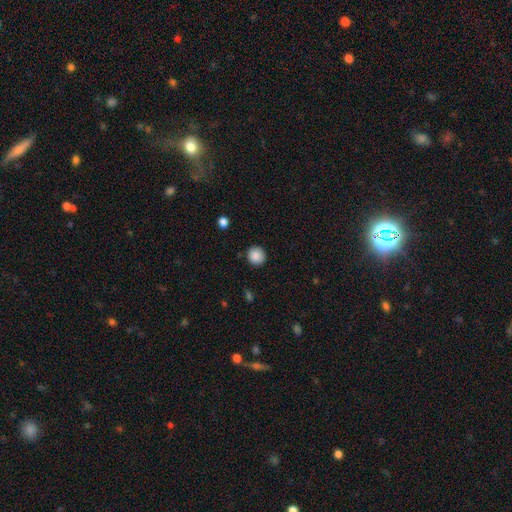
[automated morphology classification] smooth-or-featured: smooth: 88% | star or artifact: 9% | featured or disk: 3%
  how-rounded: round: 92% | in between: 7% | cigar-shaped: 1%
  merging: none: 89% | minor disturbance: 7% | major disturbance: 2% | merger: 1%